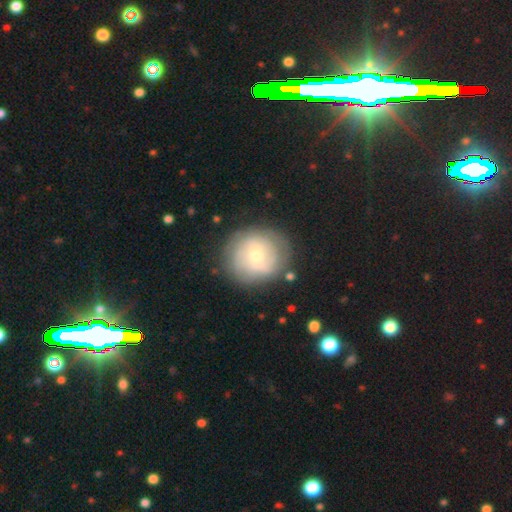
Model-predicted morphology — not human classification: Smooth or featured: featured or disk — 55% (smooth — 37%)
Edge-on disk: no — 97% (yes — 3%)
Bar: no — 48% (weak — 41%)
Spiral arms: yes — 68% (no — 32%)
Bulge size: small — 50% (moderate — 45%)
Merging: none — 79% (minor disturbance — 13%)